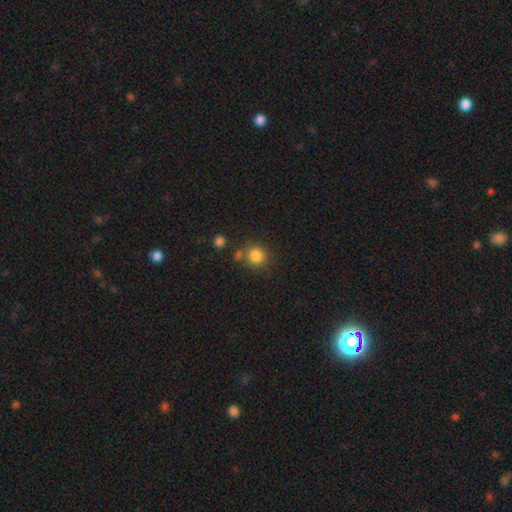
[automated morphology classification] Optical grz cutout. It shows a smooth galaxy with no disk features (83%) that is round (90%). Merging: none (73%).